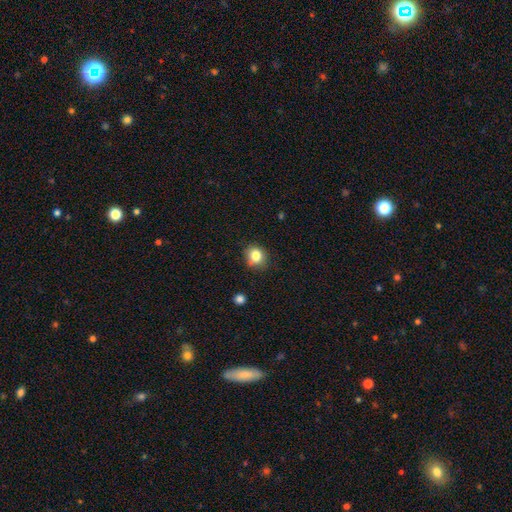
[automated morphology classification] This appears to be a smooth galaxy with no disk features (83%) that is round (79%). Merging: none (83%).